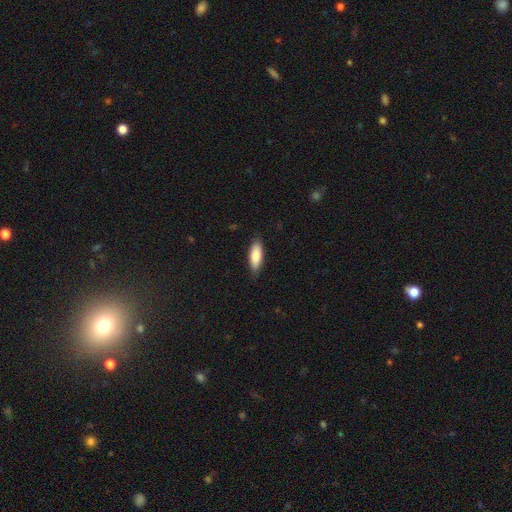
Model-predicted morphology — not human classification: Smooth or featured? Predicted: smooth (p=0.84). How rounded? Predicted: in between (p=0.69). Merging? Predicted: none (p=0.83).